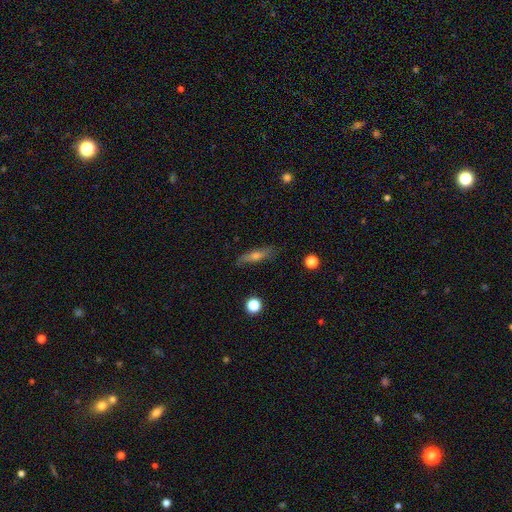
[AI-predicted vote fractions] Overall: smooth (50%; featured or disk 40%). How rounded: cigar-shaped (73%). Merging: none (81%).